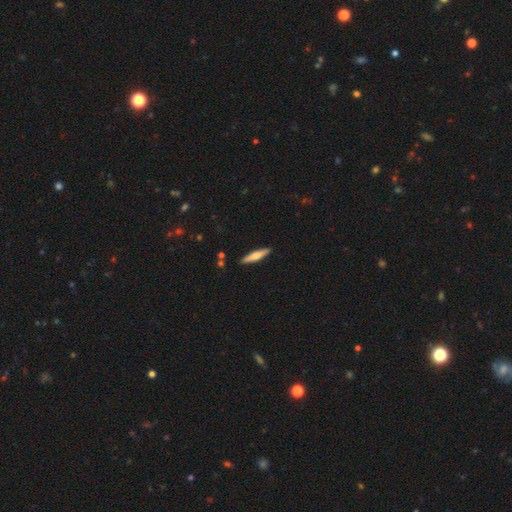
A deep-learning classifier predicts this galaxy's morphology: A smooth galaxy with no disk features (56%) that is cigar-shaped (85%). Merging: none (90%).